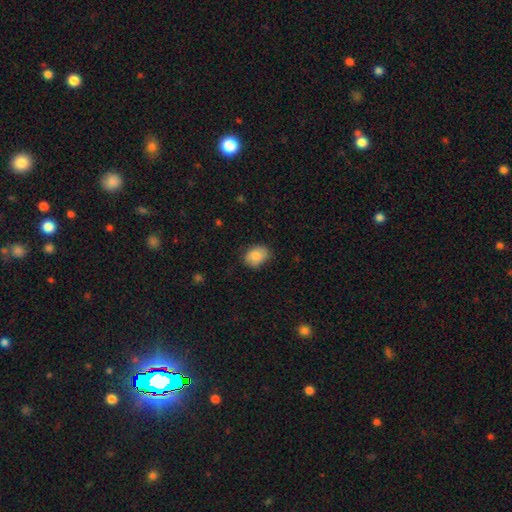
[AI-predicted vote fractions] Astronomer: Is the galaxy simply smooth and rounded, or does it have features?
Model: smooth — 82%.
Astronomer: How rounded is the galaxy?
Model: in between — 65%.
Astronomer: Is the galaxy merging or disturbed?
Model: none — 76%.